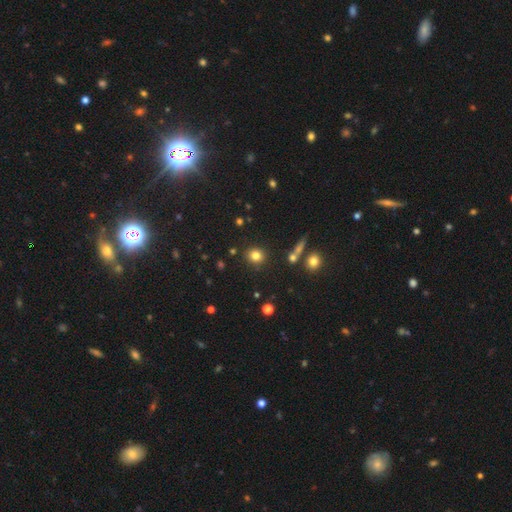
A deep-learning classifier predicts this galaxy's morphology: smooth 80%, star or artifact 13%, featured or disk 7%. Down the decision tree: how rounded — round (82%); merging — none (86%).